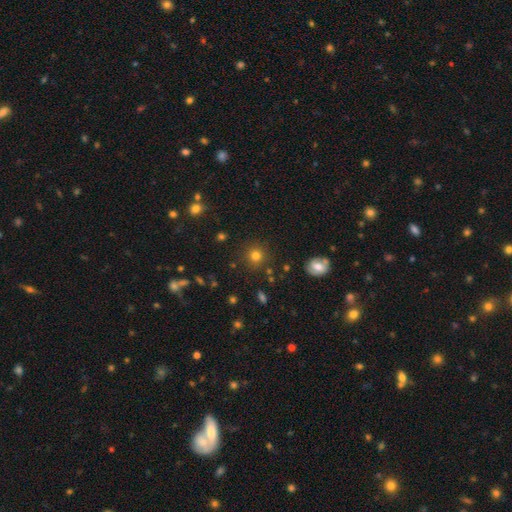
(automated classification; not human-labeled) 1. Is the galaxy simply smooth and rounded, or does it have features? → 78% smooth, 15% star or artifact, 7% featured or disk.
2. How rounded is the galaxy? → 92% round, 7% in between, 1% cigar-shaped.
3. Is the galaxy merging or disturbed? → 87% none, 8% minor disturbance, 3% major disturbance, 3% merger.